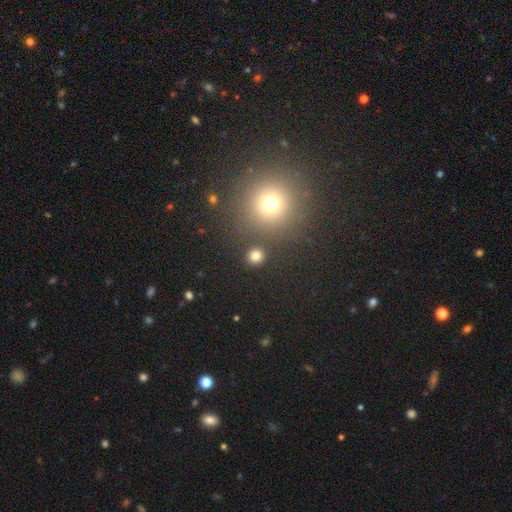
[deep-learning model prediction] A smooth galaxy with no disk features (80%) that is round (87%). Merging: none (87%).